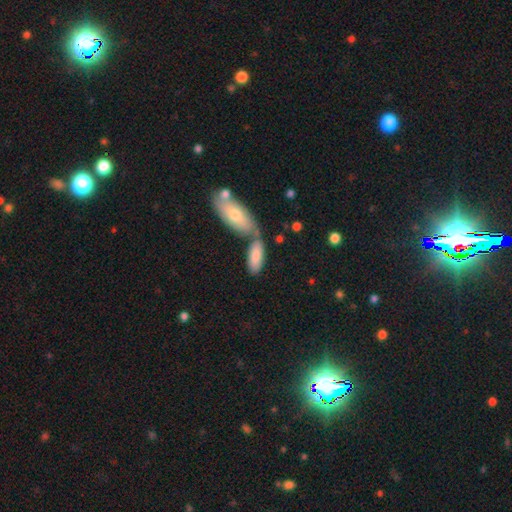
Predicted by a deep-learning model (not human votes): smooth_or_featured: smooth (p=0.81) [alt: featured or disk p=0.13]
how_rounded: in between (p=0.76) [alt: cigar-shaped p=0.22]
merging: none (p=0.46) [alt: merger p=0.37]